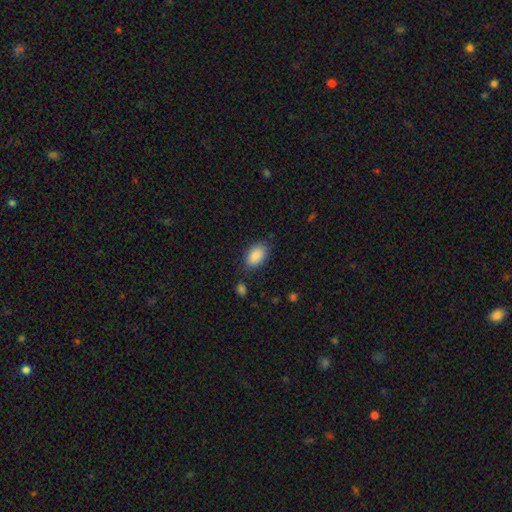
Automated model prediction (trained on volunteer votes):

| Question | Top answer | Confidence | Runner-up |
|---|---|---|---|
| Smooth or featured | smooth | 89% | star or artifact (7%) |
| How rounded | in between | 92% | round (7%) |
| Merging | none | 80% | minor disturbance (14%) |